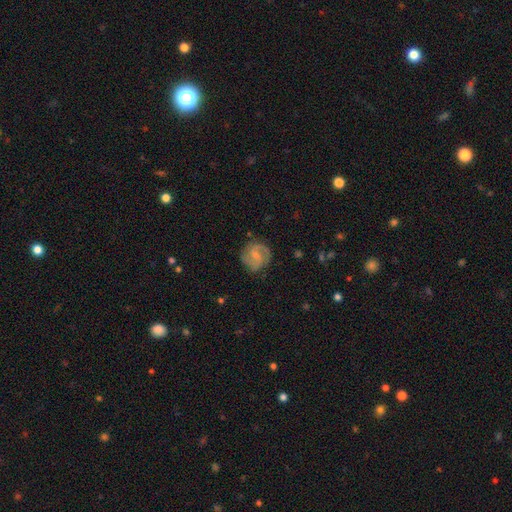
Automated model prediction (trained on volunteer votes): Smooth or featured? featured or disk (76%)
Edge-on disk? no (98%)
Bar? weak (53%)
Spiral arms? yes (95%)
Spiral winding? medium (52%)
Spiral arm count? 2 (85%)
Bulge size? none (37%, tied with small)
Merging? none (78%)